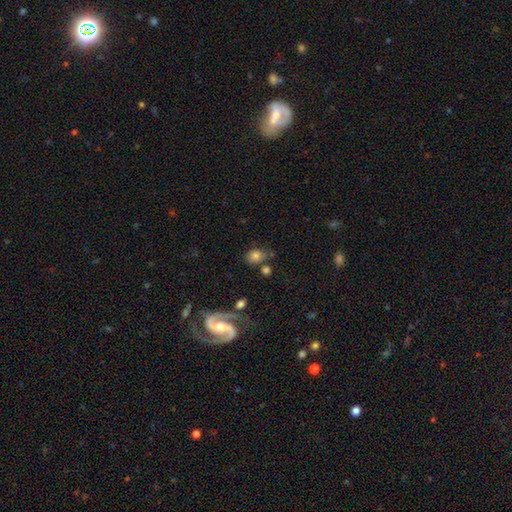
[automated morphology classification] A smooth galaxy with no disk features (71%) that is round (51%). Merging: none (64%).